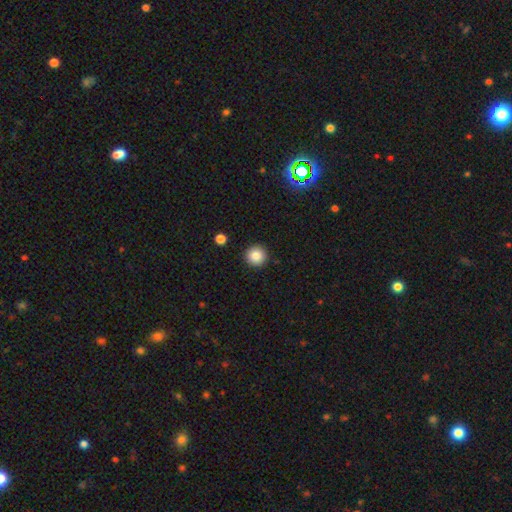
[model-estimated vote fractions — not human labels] This is clearly a smooth galaxy (85%). How rounded: clearly round (96%). Merging: clearly none (92%).